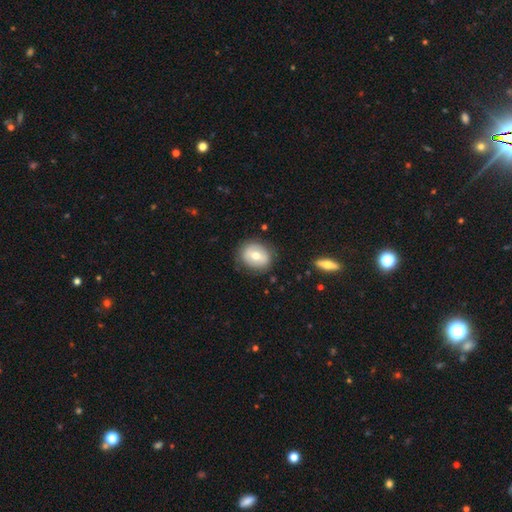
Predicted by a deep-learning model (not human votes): Overall: smooth (59%; featured or disk 33%). How rounded: round (60%; in between 39%). Merging: none (81%).